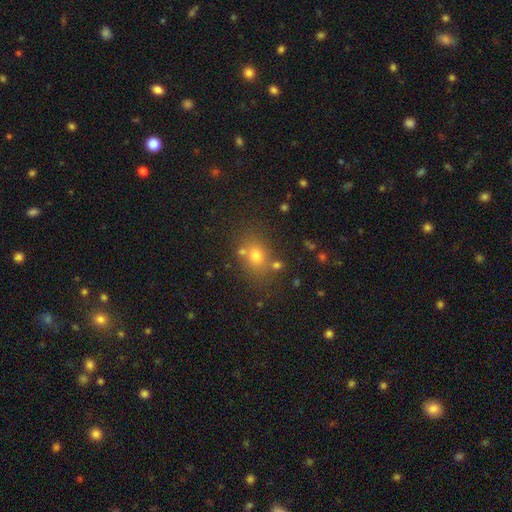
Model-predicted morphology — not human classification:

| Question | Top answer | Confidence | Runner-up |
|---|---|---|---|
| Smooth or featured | smooth | 69% | star or artifact (19%) |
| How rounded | round | 56% | in between (42%) |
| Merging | none | 72% | minor disturbance (12%) |